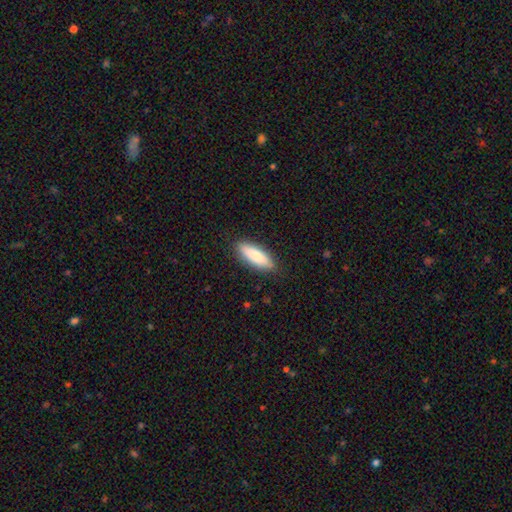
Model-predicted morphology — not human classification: smooth_or_featured: smooth (p=0.82) [alt: featured or disk p=0.13]
how_rounded: in between (p=0.55) [alt: cigar-shaped p=0.43]
merging: none (p=0.87) [alt: minor disturbance p=0.10]